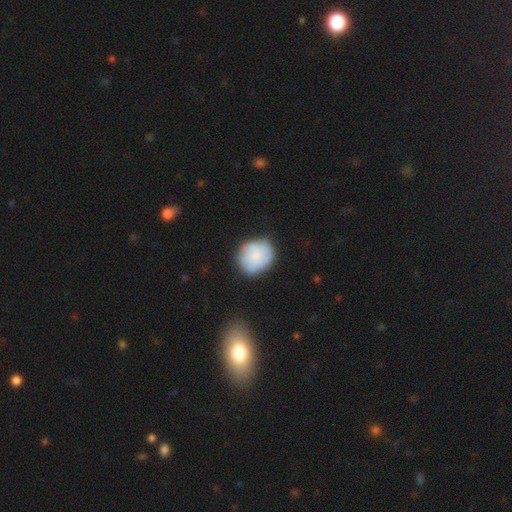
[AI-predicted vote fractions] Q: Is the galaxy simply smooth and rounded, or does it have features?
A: smooth — 77%.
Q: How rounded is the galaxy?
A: round — 74%.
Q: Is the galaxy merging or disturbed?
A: none — 68%.